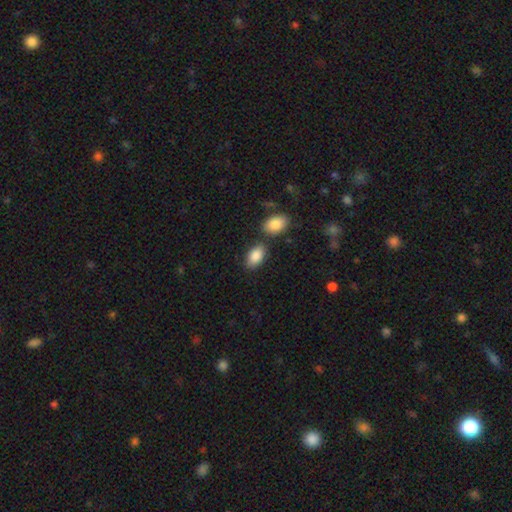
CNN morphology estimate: Smooth or featured? smooth (88%)
How rounded? in between (94%)
Merging? none (74%)